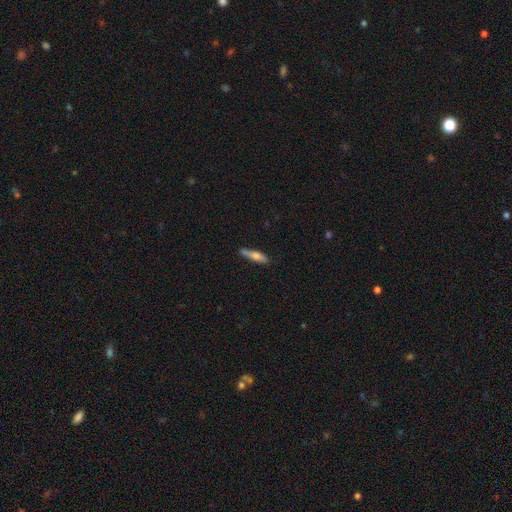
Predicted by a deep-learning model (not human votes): Smooth or featured? Predicted: smooth (p=0.62). How rounded? Predicted: cigar-shaped (p=0.80). Merging? Predicted: none (p=0.80).